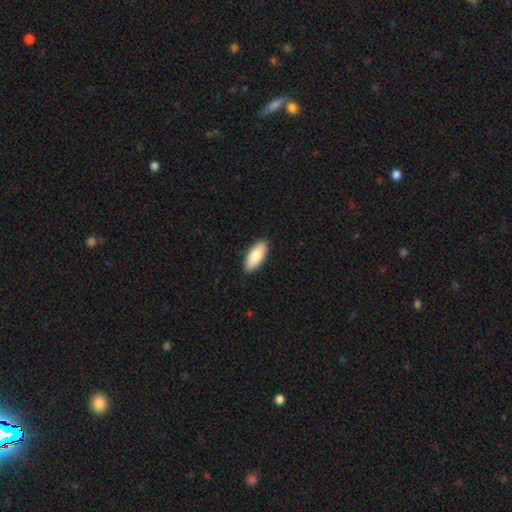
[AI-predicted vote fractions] smooth 86%, featured or disk 9%, star or artifact 5%. Down the decision tree: how rounded — in between (87%); merging — none (90%).